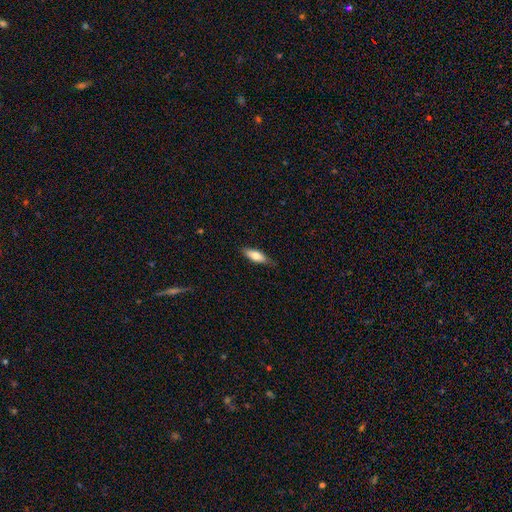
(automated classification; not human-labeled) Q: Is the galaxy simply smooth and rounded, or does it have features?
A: smooth — 75%.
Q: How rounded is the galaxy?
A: in between — 62%.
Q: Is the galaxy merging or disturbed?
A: none — 79%.